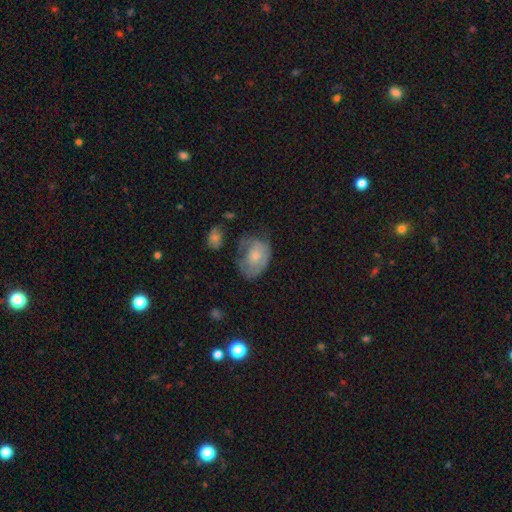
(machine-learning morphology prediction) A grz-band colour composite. It shows a smooth galaxy with no disk features (56%) that is in between round and cigar-shaped (72%). Merging: none (37%).